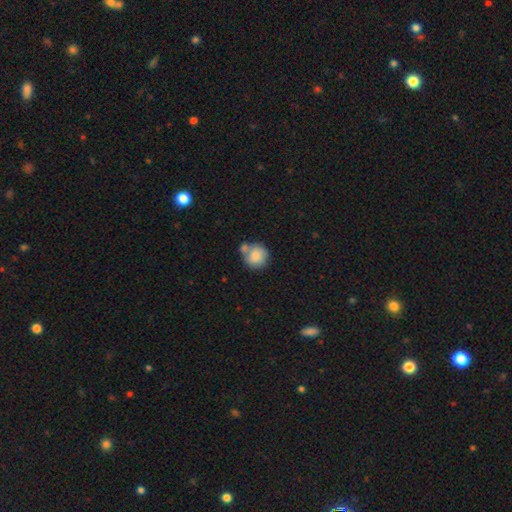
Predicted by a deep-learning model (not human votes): smooth 82%, featured or disk 10%, star or artifact 7%. Down the decision tree: how rounded — round (90%); merging — none (50%).